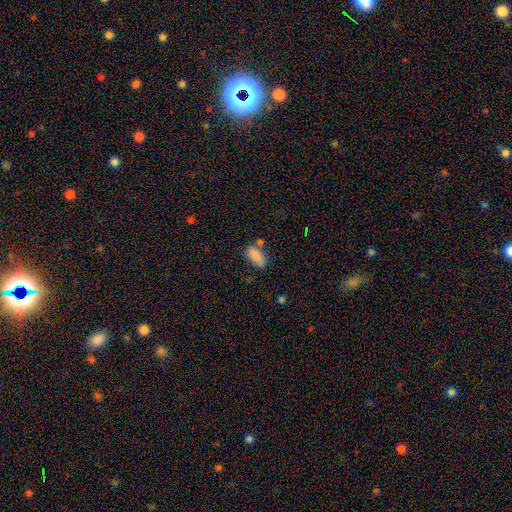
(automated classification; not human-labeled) The model was most divided on "merging": none: 61%, minor disturbance: 19%, merger: 14%, major disturbance: 6%. More confident: smooth or featured — smooth (85%); how rounded — in between (80%).